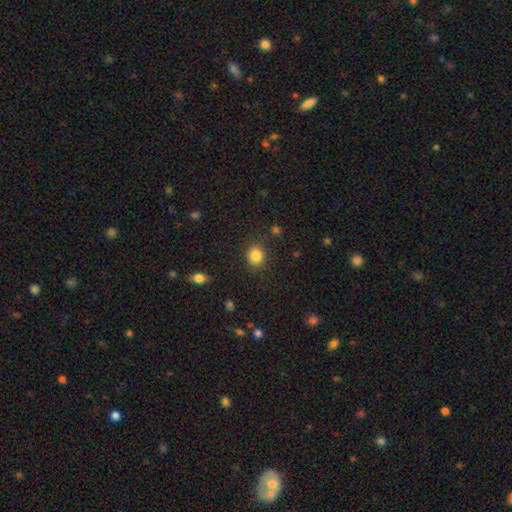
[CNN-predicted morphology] smooth 84%, star or artifact 10%, featured or disk 5%. Down the decision tree: how rounded — round (72%); merging — none (87%).